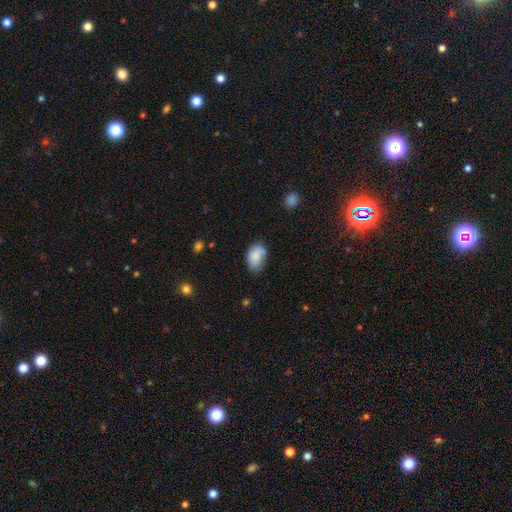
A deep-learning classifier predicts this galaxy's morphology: This is likely a smooth galaxy (79%). How rounded: clearly in between (89%). Merging: possibly none (58%).